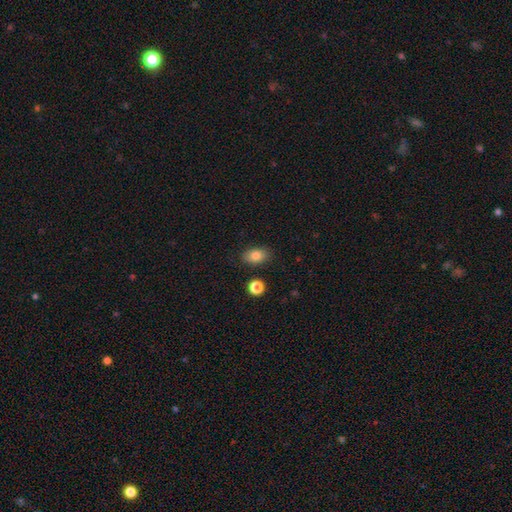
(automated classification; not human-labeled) Smooth or featured? Predicted: smooth (p=0.82). How rounded? Predicted: in between (p=0.82). Merging? Predicted: none (p=0.85).